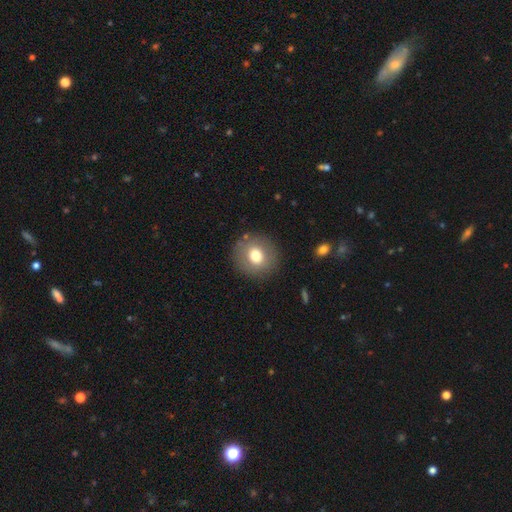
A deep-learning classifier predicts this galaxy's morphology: smooth_or_featured: smooth (p=0.73) [alt: featured or disk p=0.17]
how_rounded: round (p=0.89) [alt: in between p=0.11]
merging: none (p=0.87) [alt: minor disturbance p=0.08]